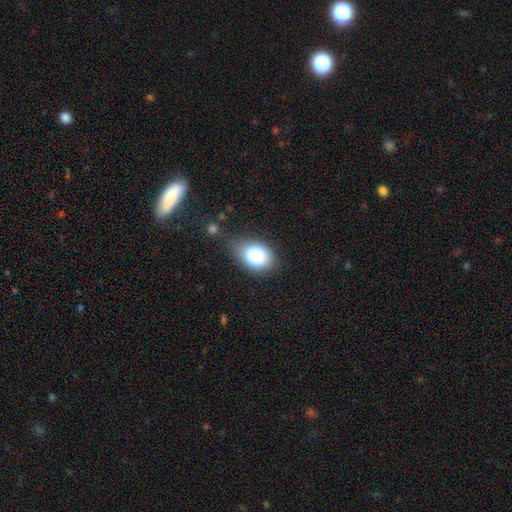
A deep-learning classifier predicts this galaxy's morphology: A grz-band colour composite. It shows a smooth galaxy with no disk features (82%) that is in between round and cigar-shaped (75%). Merging: none (65%).